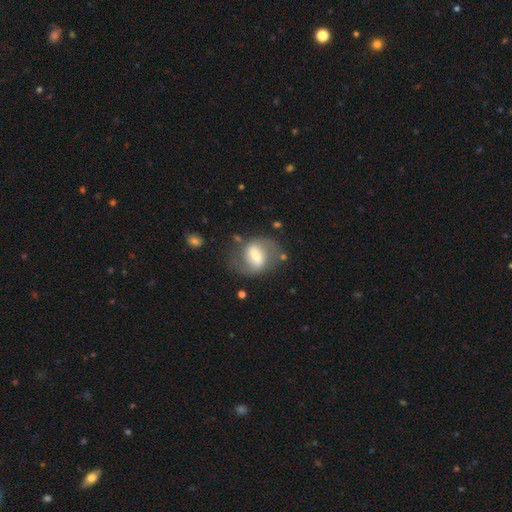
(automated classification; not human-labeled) Smooth or featured? featured or disk (56%)
Edge-on disk? no (94%)
Bar? strong (47%)
Spiral arms? yes (68%)
Bulge size? moderate (45%)
Merging? none (60%)